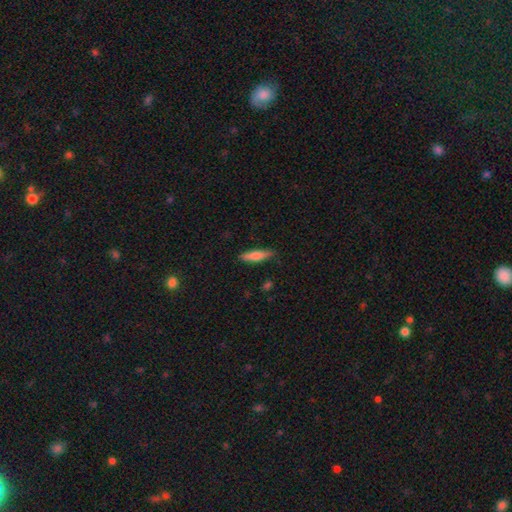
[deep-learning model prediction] Smooth or featured? smooth (74%)
How rounded? cigar-shaped (73%)
Merging? none (85%)